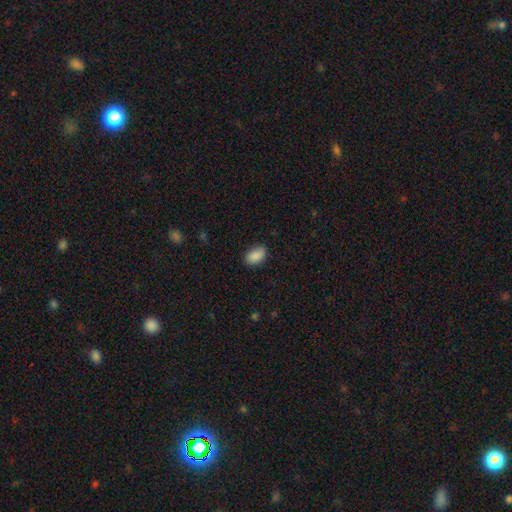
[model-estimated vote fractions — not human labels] This appears to be a smooth galaxy with no disk features (89%) that is in between round and cigar-shaped (91%). Merging: none (85%).